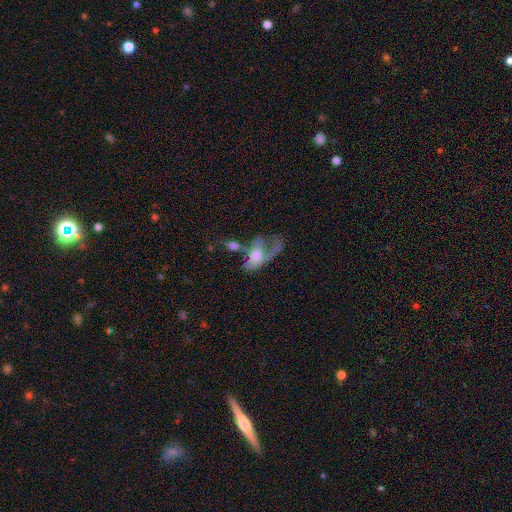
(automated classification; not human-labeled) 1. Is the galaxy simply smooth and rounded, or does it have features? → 49% featured or disk, 43% smooth, 7% star or artifact.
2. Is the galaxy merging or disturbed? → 47% major disturbance, 25% merger, 15% none, 13% minor disturbance.